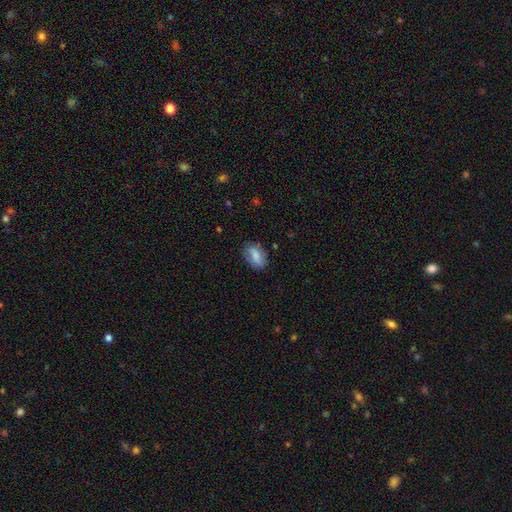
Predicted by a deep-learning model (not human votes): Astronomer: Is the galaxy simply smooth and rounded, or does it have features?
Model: smooth — 80%.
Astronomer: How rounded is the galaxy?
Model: in between — 89%.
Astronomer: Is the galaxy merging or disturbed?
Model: none — 75%.